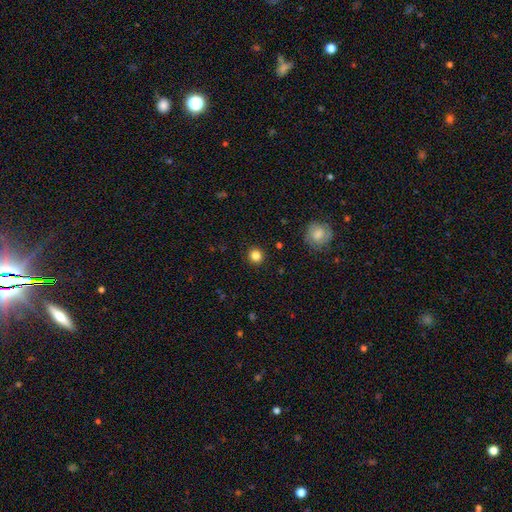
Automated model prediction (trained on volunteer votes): Smooth or featured? Predicted: smooth (p=0.83). How rounded? Predicted: round (p=0.94). Merging? Predicted: none (p=0.92).